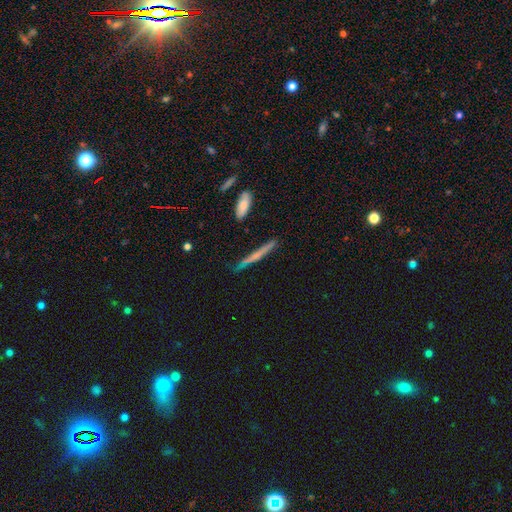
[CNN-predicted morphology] The model was most divided on "smooth or featured": featured or disk: 51%, smooth: 41%, star or artifact: 8%. More confident: edge-on disk — yes (95%); merging — none (85%).